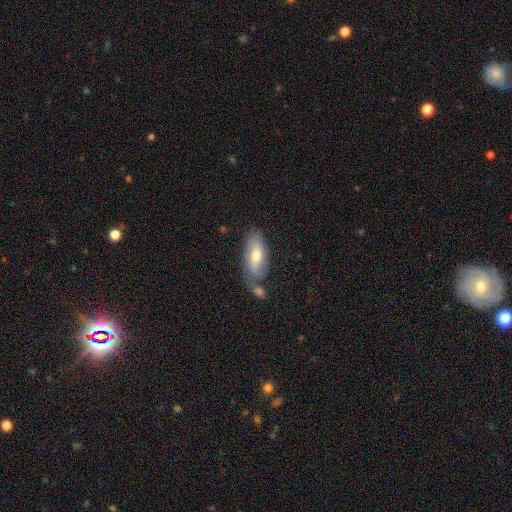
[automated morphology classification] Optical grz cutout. It shows a smooth galaxy with no disk features (58%) that is in between round and cigar-shaped (77%). Merging: none (52%).